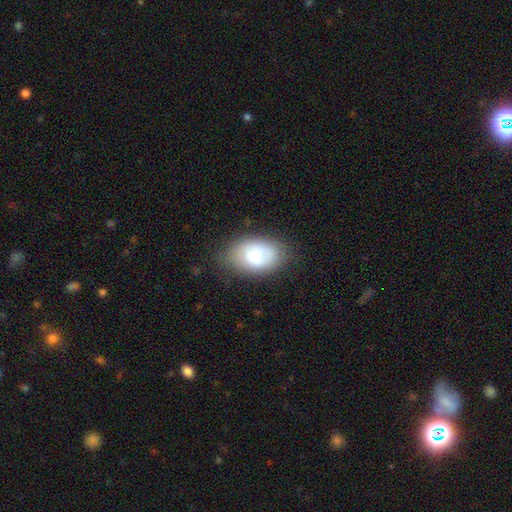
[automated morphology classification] This is likely a smooth galaxy (74%). How rounded: clearly in between (89%). Merging: likely none (69%).